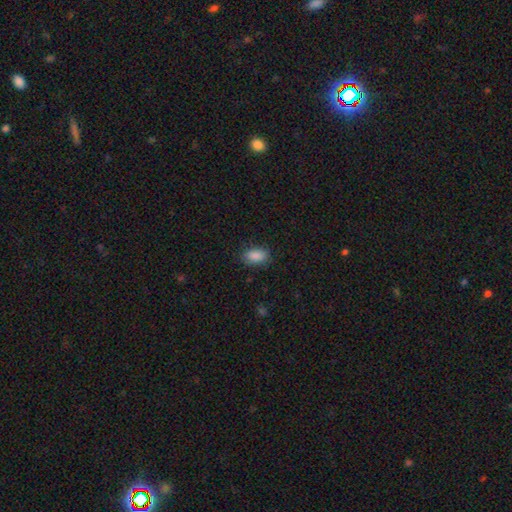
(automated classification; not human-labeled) This is clearly a smooth galaxy (89%). How rounded: clearly in between (92%). Merging: clearly none (86%).